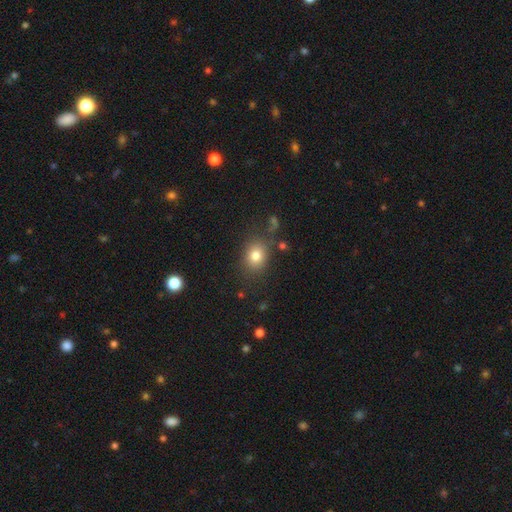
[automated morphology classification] smooth-or-featured: smooth: 80% | star or artifact: 12% | featured or disk: 8%
  how-rounded: round: 53% | in between: 46% | cigar-shaped: 1%
  merging: none: 79% | minor disturbance: 13% | major disturbance: 5% | merger: 3%